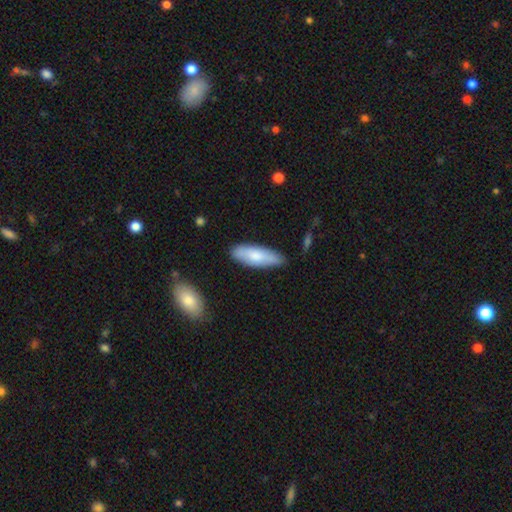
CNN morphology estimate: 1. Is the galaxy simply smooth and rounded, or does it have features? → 76% smooth, 19% featured or disk, 5% star or artifact.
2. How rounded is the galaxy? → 61% in between, 37% cigar-shaped, 2% round.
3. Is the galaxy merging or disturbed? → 80% none, 15% minor disturbance, 3% major disturbance, 2% merger.